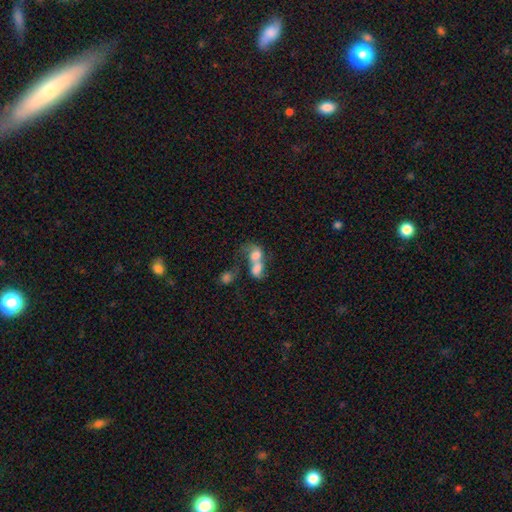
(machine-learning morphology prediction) Q: Smooth or featured?
A: smooth (62%); runner-up: featured or disk (28%)
Q: How rounded?
A: in between (72%); runner-up: round (25%)
Q: Merging?
A: merger (79%); runner-up: major disturbance (9%)